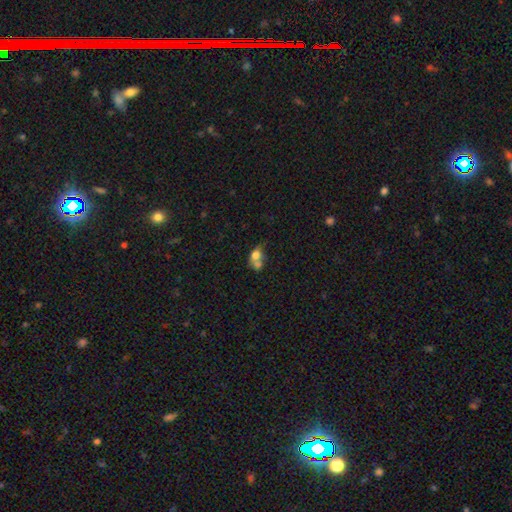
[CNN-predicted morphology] type=smooth (69%); roundness=in between (56%); merging=merger (60%).